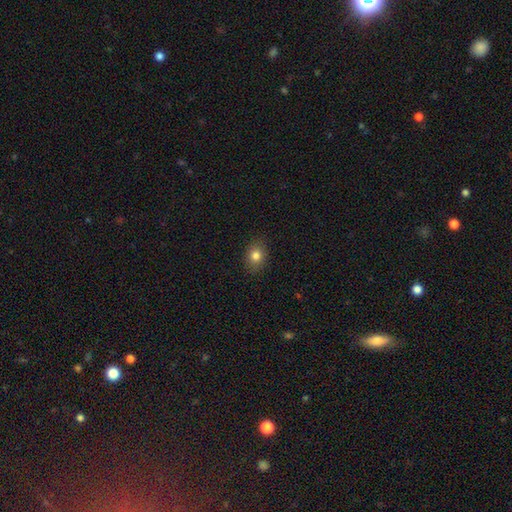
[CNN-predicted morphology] A smooth galaxy with no disk features (81%) that is in between round and cigar-shaped (55%).

Vote fractions:
- Smooth or featured? smooth: 81% / star or artifact: 11% / featured or disk: 8%
- How rounded? in between: 55% / round: 44% / cigar-shaped: 1%
- Merging? none: 87% / minor disturbance: 9% / major disturbance: 2% / merger: 1%